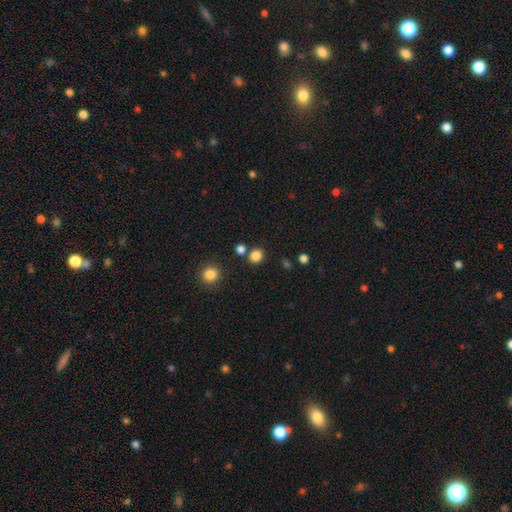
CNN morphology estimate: type=smooth (83%); roundness=round (79%); merging=none (79%).